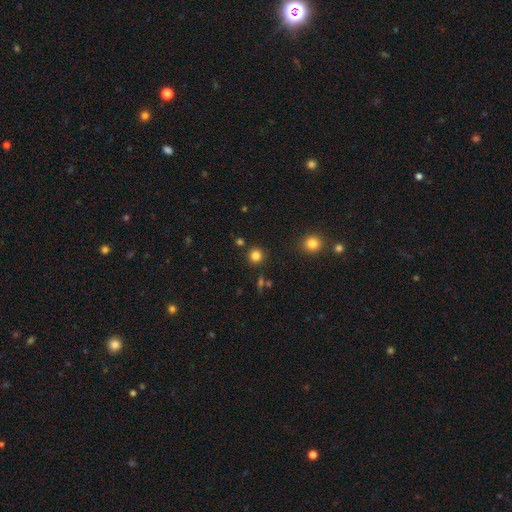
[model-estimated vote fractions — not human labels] The model was most divided on "smooth or featured": smooth: 82%, star or artifact: 14%, featured or disk: 4%. More confident: how rounded — round (93%); merging — none (88%).